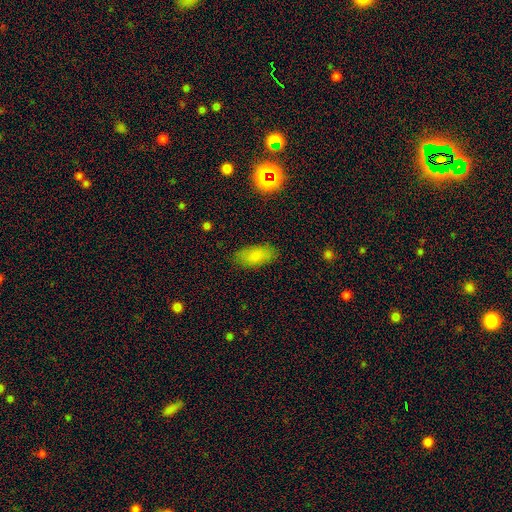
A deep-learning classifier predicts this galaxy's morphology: Smooth or featured: smooth — 81% (star or artifact — 10%)
How rounded: in between — 89% (cigar-shaped — 8%)
Merging: none — 84% (minor disturbance — 11%)